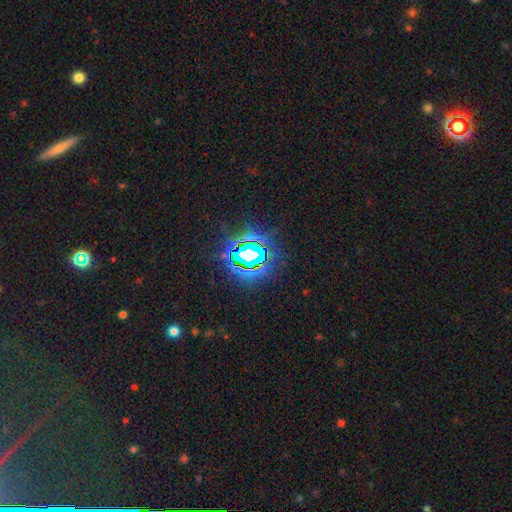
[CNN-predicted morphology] This is likely a star or artifact rather than a galaxy (75%).